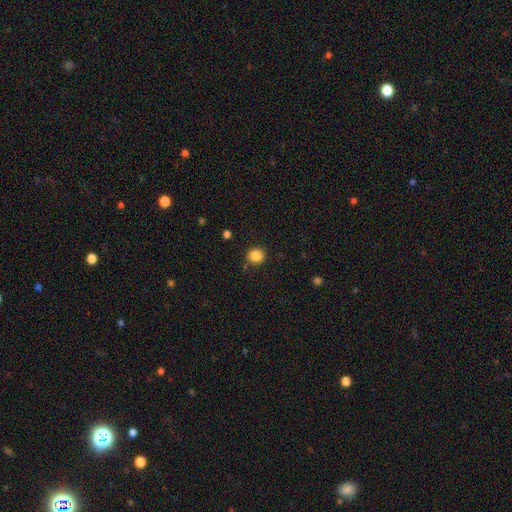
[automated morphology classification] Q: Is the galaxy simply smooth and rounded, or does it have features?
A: smooth — 85%.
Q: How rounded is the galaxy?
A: round — 89%.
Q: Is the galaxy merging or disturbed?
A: none — 84%.